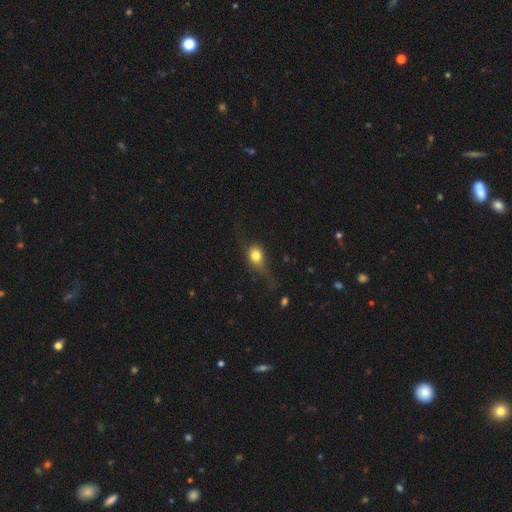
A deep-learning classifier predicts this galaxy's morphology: Smooth or featured?
  - smooth: 66% *
  - featured or disk: 24%
  - star or artifact: 10%
How rounded?
  - round: 51% *
  - in between: 44%
  - cigar-shaped: 5%
Merging?
  - none: 47% *
  - minor disturbance: 26%
  - major disturbance: 24%
  - merger: 2%